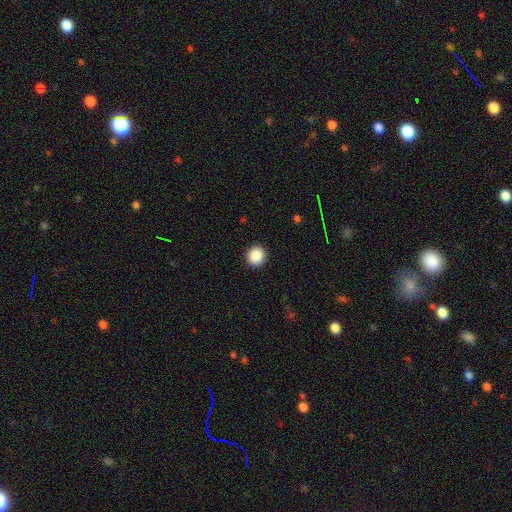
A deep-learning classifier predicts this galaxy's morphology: smooth_or_featured: smooth (p=0.89) [alt: star or artifact p=0.09]
how_rounded: round (p=0.93) [alt: in between p=0.06]
merging: none (p=0.92) [alt: minor disturbance p=0.05]